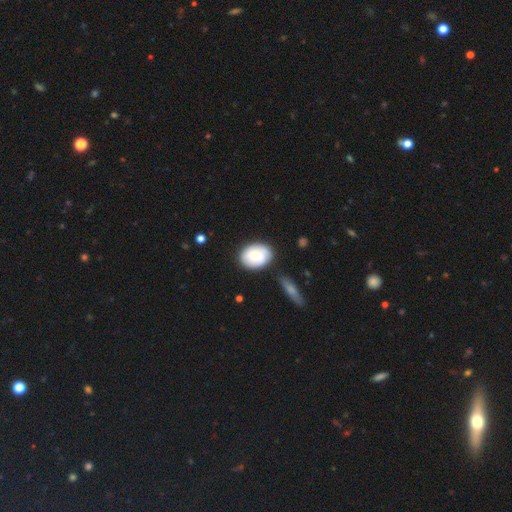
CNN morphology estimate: smooth_or_featured: smooth (p=0.70) [alt: featured or disk p=0.24]
how_rounded: in between (p=0.68) [alt: round p=0.31]
merging: none (p=0.77) [alt: minor disturbance p=0.15]